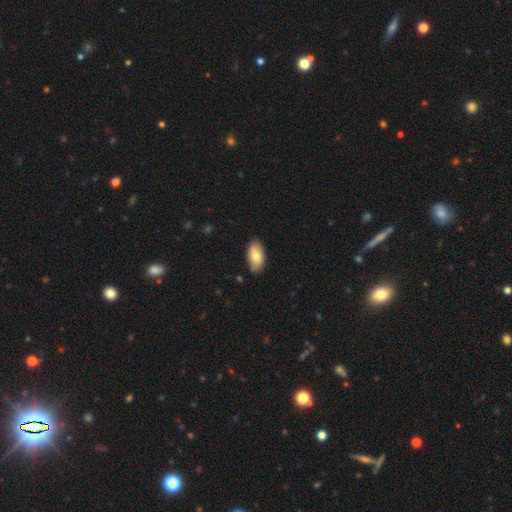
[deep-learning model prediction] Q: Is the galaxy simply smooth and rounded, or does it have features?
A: smooth — 78%.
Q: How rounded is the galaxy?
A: in between — 94%.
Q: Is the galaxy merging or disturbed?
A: none — 83%.